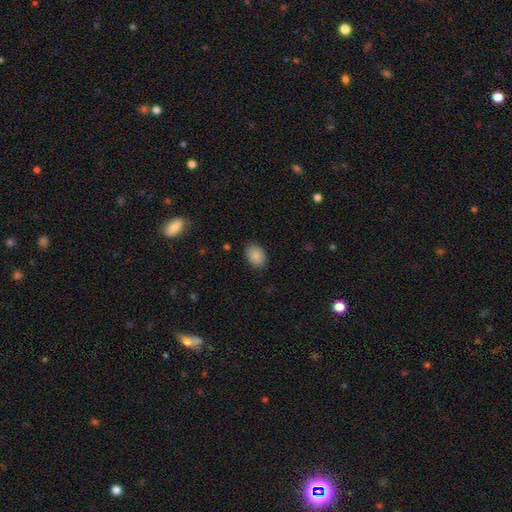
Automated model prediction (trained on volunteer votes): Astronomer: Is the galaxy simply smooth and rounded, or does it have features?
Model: smooth — 88%.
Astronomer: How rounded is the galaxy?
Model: in between — 79%.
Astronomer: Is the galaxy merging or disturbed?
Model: none — 87%.